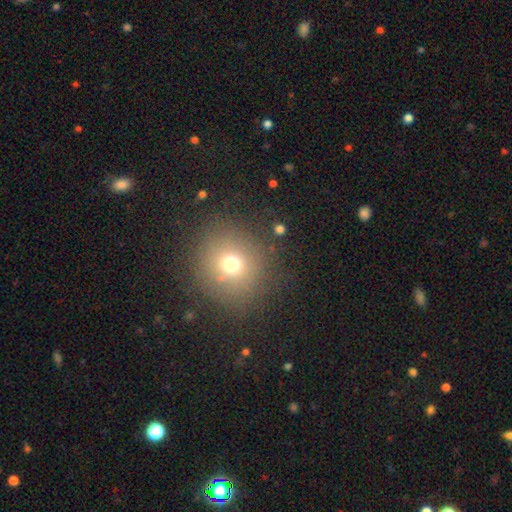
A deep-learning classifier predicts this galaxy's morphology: This appears to be a smooth galaxy with no disk features (64%) that is round (89%). Merging: none (90%).